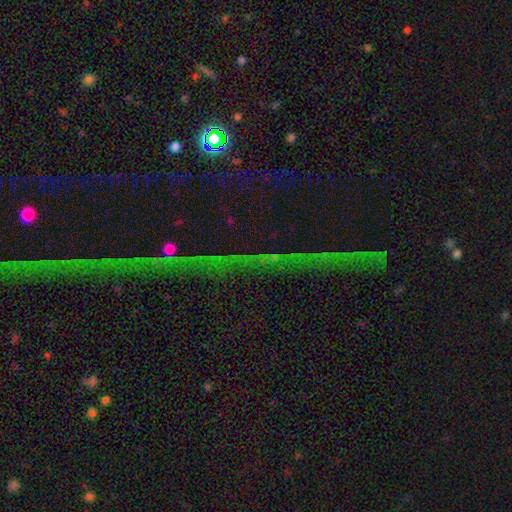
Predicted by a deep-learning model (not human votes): smooth_or_featured: star or artifact (p=0.74) [alt: featured or disk p=0.14]